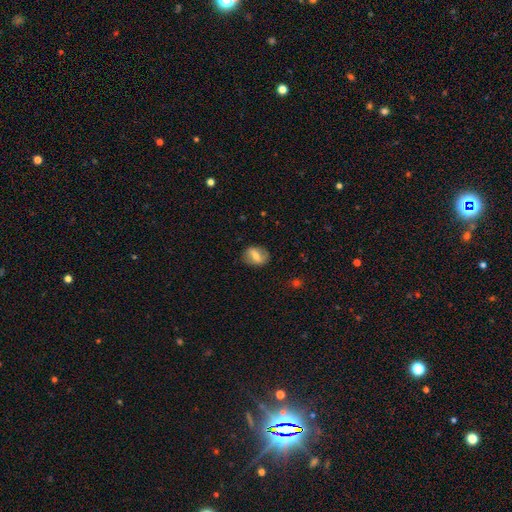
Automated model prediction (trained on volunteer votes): This appears to be a smooth galaxy with no disk features (55%) that is in between round and cigar-shaped (63%). Merging: none (81%).